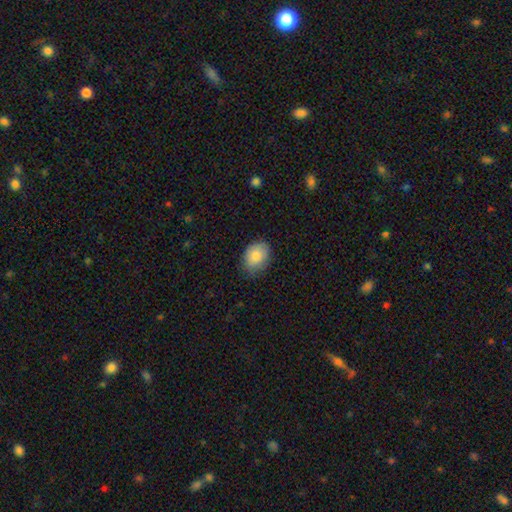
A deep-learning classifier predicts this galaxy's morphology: Smooth or featured: smooth — 84% (featured or disk — 8%)
How rounded: in between — 68% (round — 31%)
Merging: none — 75% (minor disturbance — 20%)